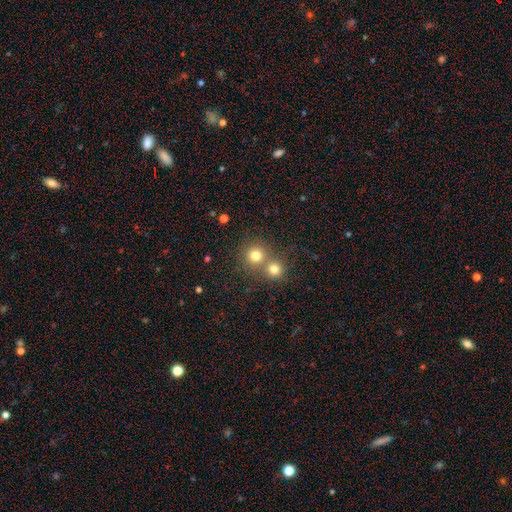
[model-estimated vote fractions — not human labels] Smooth or featured? Predicted: smooth (p=0.77). How rounded? Predicted: round (p=0.91). Merging? Predicted: none (p=0.52).